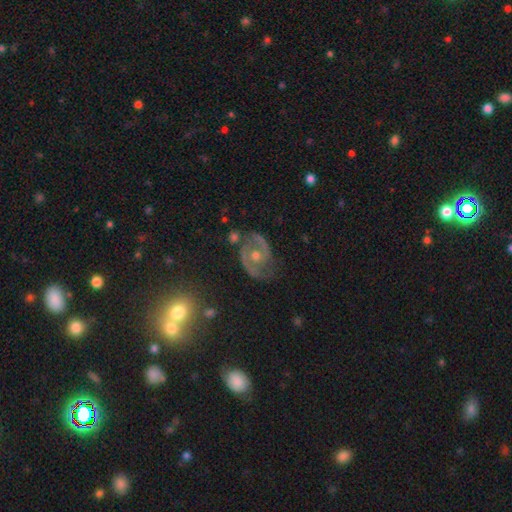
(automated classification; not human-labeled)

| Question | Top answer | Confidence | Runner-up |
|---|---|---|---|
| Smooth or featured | featured or disk | 85% | smooth (8%) |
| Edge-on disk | no | 97% | yes (3%) |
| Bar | no | 62% | weak (29%) |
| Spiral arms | yes | 91% | no (9%) |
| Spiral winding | medium | 52% | tight (33%) |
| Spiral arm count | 2 | 87% | can't tell (5%) |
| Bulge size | moderate | 65% | small (29%) |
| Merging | none | 74% | minor disturbance (16%) |